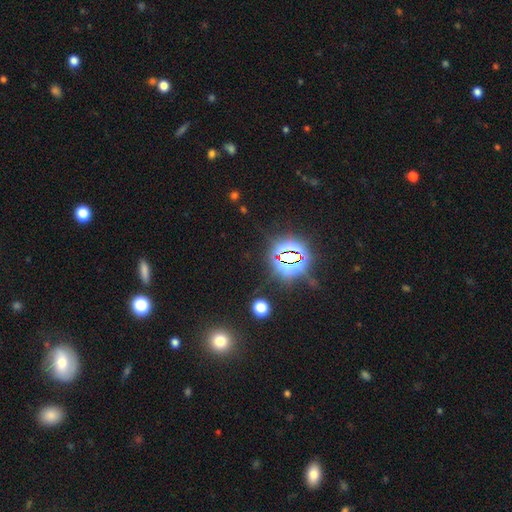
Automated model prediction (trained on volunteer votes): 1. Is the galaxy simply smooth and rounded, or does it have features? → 80% star or artifact, 12% smooth, 8% featured or disk.